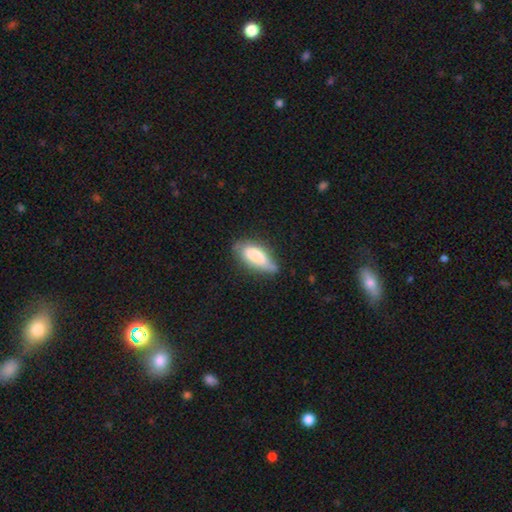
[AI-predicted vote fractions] Q: Smooth or featured?
A: smooth (74%); runner-up: featured or disk (19%)
Q: How rounded?
A: in between (71%); runner-up: cigar-shaped (27%)
Q: Merging?
A: none (57%); runner-up: minor disturbance (32%)